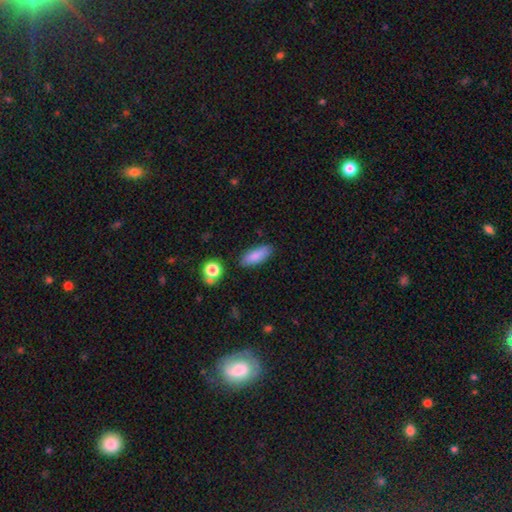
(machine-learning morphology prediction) Smooth or featured: smooth — 85% (featured or disk — 8%)
How rounded: in between — 70% (cigar-shaped — 27%)
Merging: none — 80% (minor disturbance — 14%)